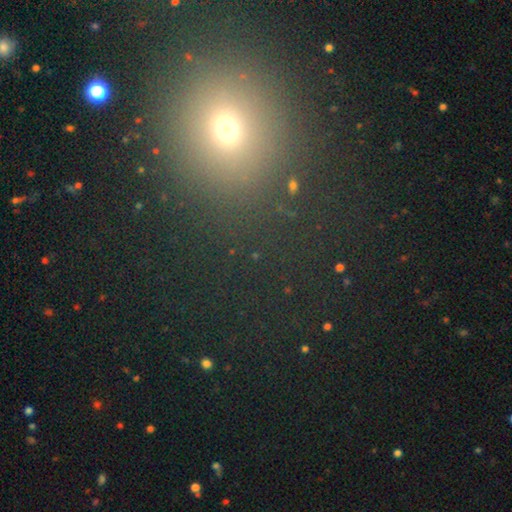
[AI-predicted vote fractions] This appears to be a smooth galaxy with no disk features (49%). Merging: none (86%).